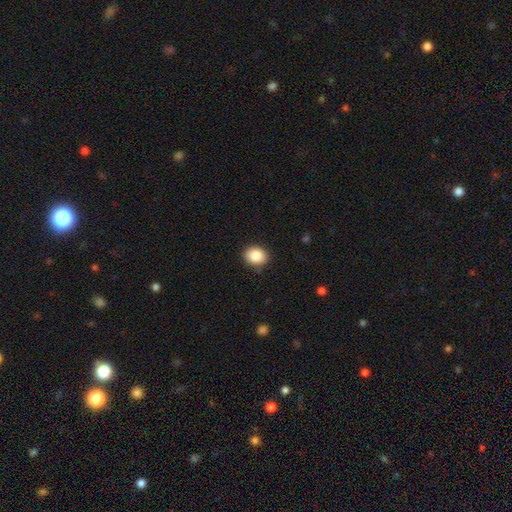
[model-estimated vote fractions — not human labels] This appears to be a smooth galaxy with no disk features (87%) that is in between round and cigar-shaped (51%). Merging: none (88%).